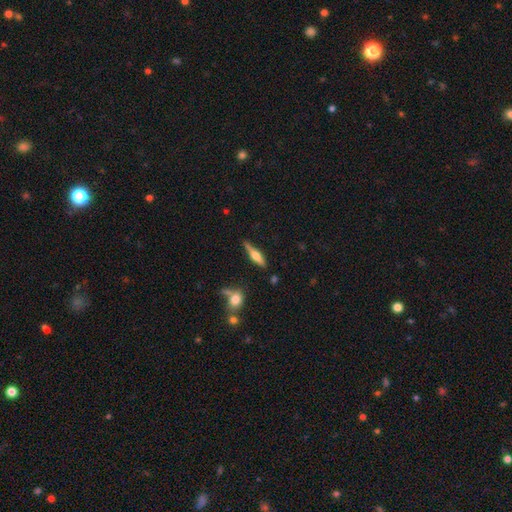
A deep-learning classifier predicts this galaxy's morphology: Smooth or featured? Predicted: featured or disk (p=0.57). Edge-on disk? Predicted: yes (p=0.95). Edge-on bulge? Predicted: rounded (p=0.87). Merging? Predicted: none (p=0.79).